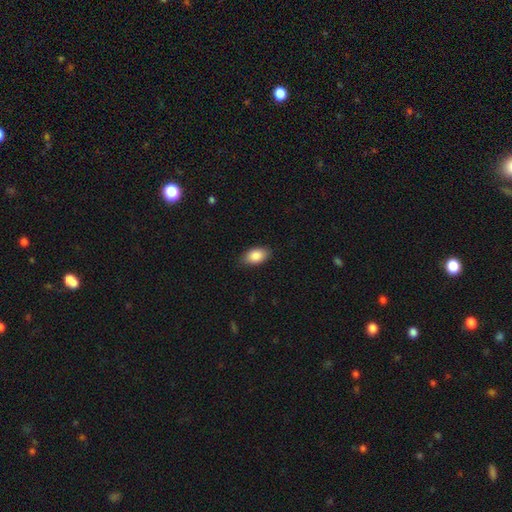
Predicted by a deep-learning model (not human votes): Smooth or featured: smooth — 87% (star or artifact — 7%)
How rounded: in between — 92% (round — 6%)
Merging: none — 84% (minor disturbance — 12%)